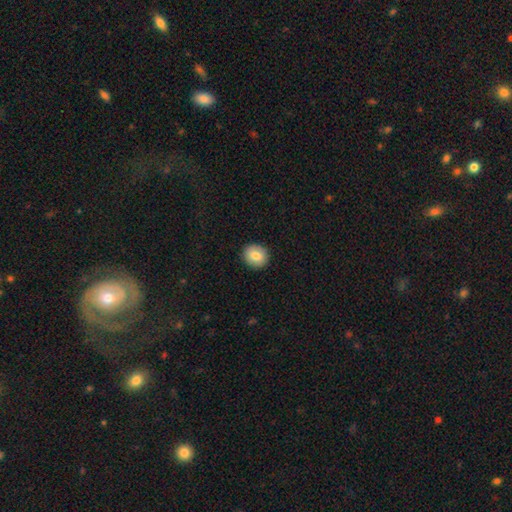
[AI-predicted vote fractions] smooth 82%, featured or disk 10%, star or artifact 8%. Down the decision tree: how rounded — round (80%); merging — none (91%).